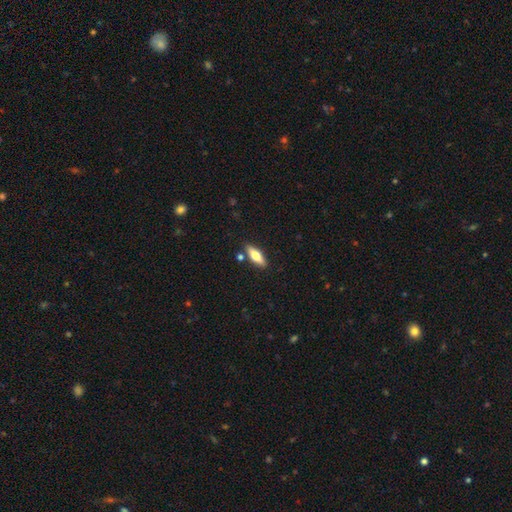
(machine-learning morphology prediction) Q: Smooth or featured?
A: smooth (61%); runner-up: featured or disk (33%)
Q: How rounded?
A: in between (61%); runner-up: cigar-shaped (37%)
Q: Merging?
A: none (84%); runner-up: minor disturbance (10%)